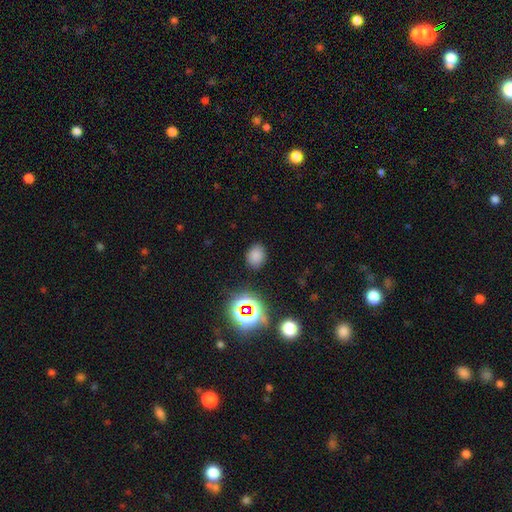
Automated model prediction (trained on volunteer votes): smooth-or-featured: smooth: 74% | star or artifact: 20% | featured or disk: 6%
  how-rounded: in between: 51% | round: 48% | cigar-shaped: 1%
  merging: none: 84% | minor disturbance: 11% | major disturbance: 3% | merger: 2%